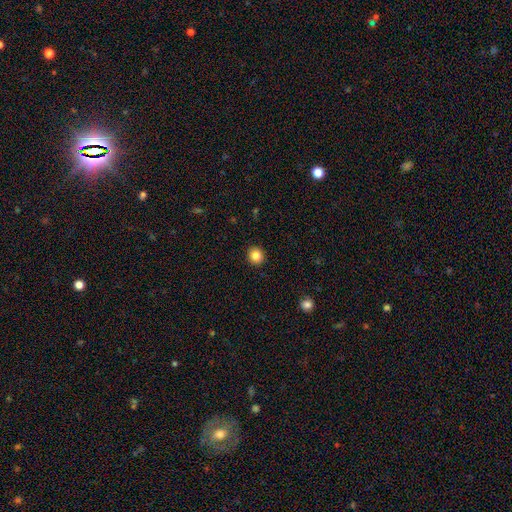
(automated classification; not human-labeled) Morphology: type=smooth (84%); roundness=round (87%); merging=none (92%).